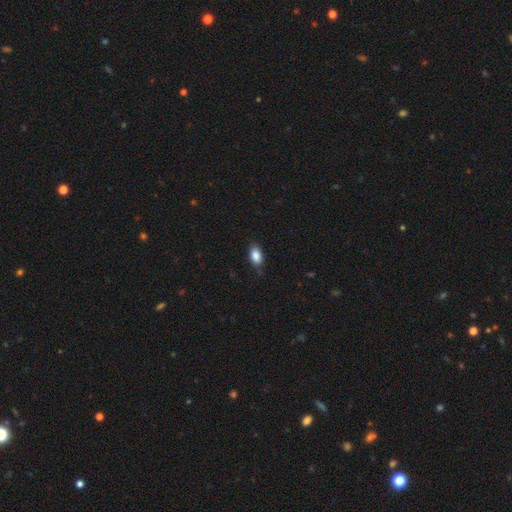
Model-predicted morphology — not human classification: Q: Smooth or featured?
A: smooth (87%); runner-up: star or artifact (8%)
Q: How rounded?
A: in between (91%); runner-up: round (5%)
Q: Merging?
A: none (77%); runner-up: minor disturbance (18%)